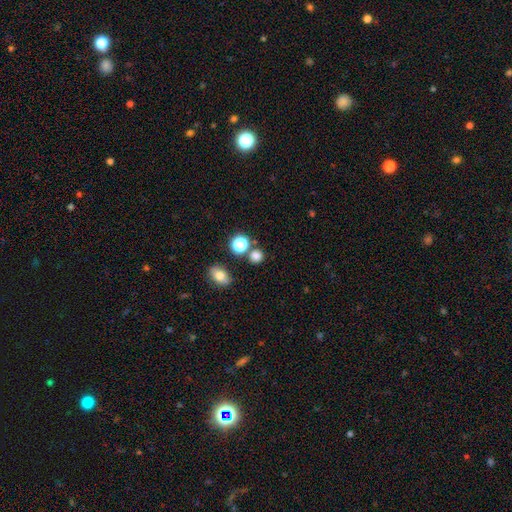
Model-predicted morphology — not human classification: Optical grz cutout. It shows a smooth galaxy with no disk features (77%) that is round (85%). Merging: none (77%).